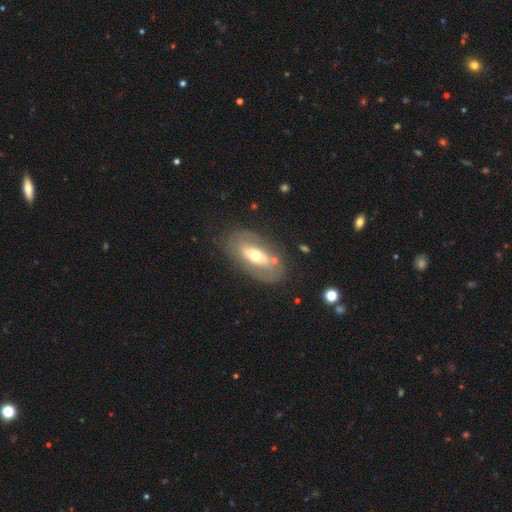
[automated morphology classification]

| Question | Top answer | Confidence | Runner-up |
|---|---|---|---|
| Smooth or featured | featured or disk | 56% | smooth (38%) |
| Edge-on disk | no | 85% | yes (15%) |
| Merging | none | 76% | minor disturbance (14%) |